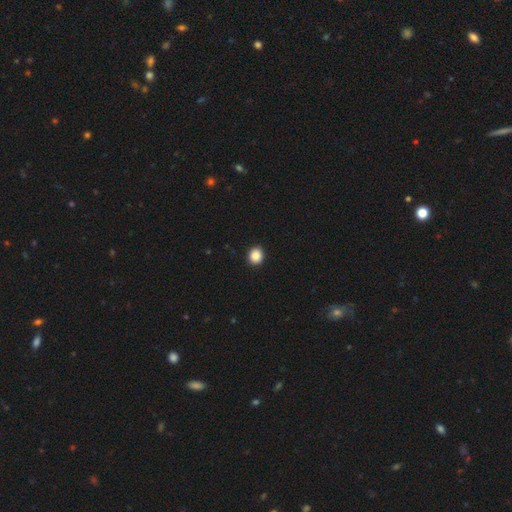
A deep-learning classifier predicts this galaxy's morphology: smooth 88%, star or artifact 9%, featured or disk 2%. Down the decision tree: how rounded — round (81%); merging — none (93%).